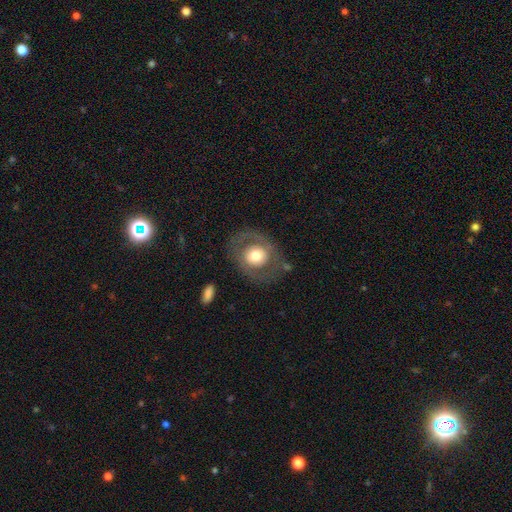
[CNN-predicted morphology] type=smooth (48%); merging=none (75%).